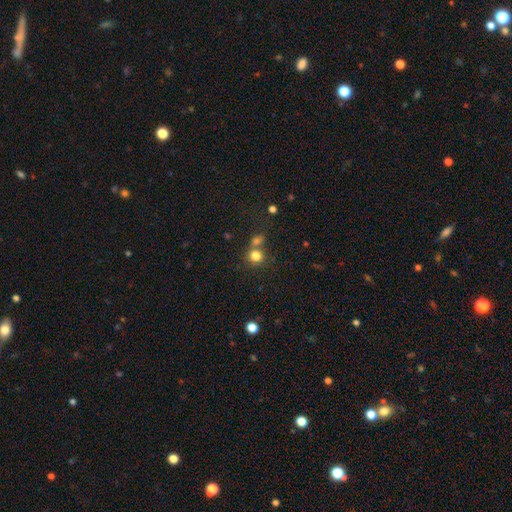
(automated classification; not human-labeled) A smooth galaxy with no disk features (80%) that is round (83%). Merging: none (53%).